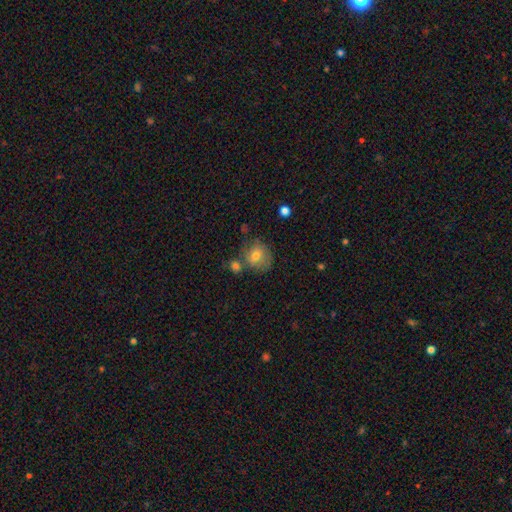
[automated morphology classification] smooth_or_featured: smooth (p=0.70) [alt: featured or disk p=0.21]
how_rounded: round (p=0.69) [alt: in between p=0.30]
merging: none (p=0.54) [alt: minor disturbance p=0.20]